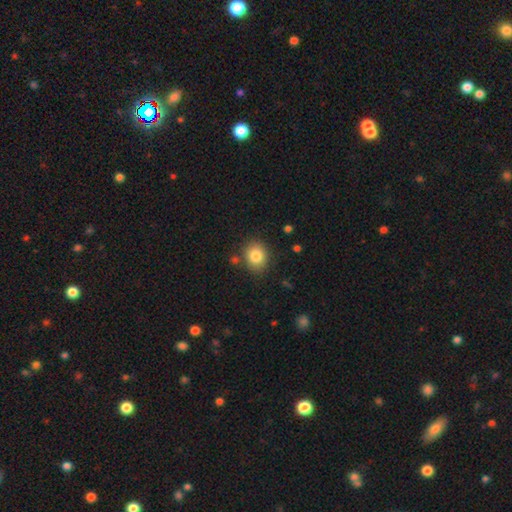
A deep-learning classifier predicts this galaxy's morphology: A smooth galaxy with no disk features (83%) that is round (64%).

Vote fractions:
- Smooth or featured? smooth: 83% / star or artifact: 9% / featured or disk: 7%
- How rounded? round: 64% / in between: 35% / cigar-shaped: 1%
- Merging? none: 83% / minor disturbance: 10% / merger: 4% / major disturbance: 3%